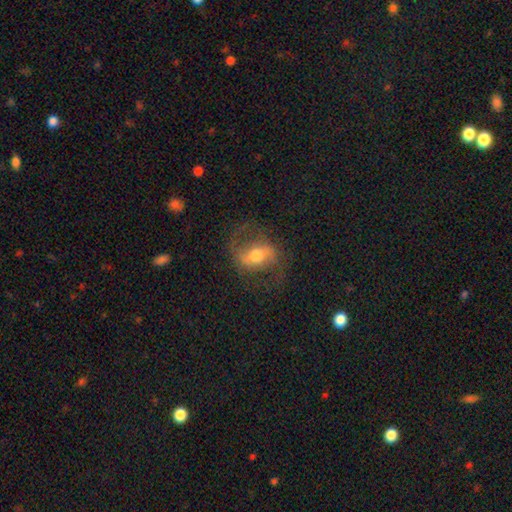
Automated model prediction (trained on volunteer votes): featured or disk 65%, smooth 28%, star or artifact 8%. Down the decision tree: edge-on disk — no (92%); bar — strong (40%); spiral arms — yes (68%); bulge size — moderate (71%); merging — none (68%).